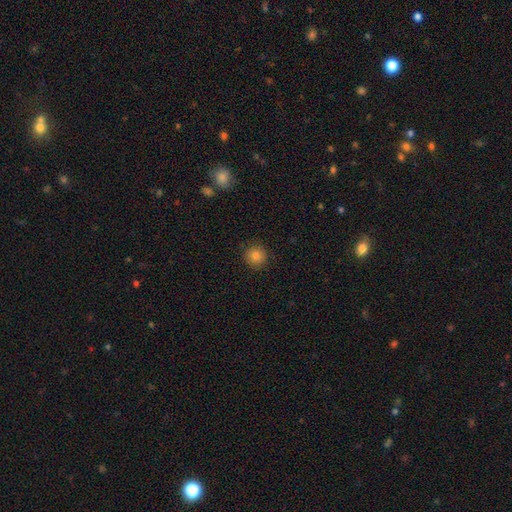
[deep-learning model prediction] Morphology: type=smooth (82%); roundness=round (93%); merging=none (90%).